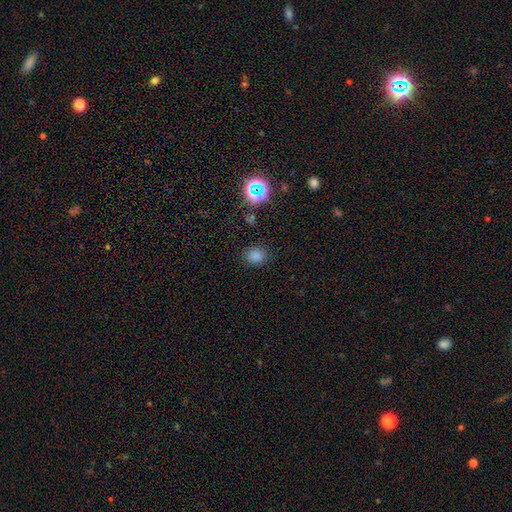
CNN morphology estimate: Smooth or featured? Predicted: smooth (p=0.76). How rounded? Predicted: round (p=0.69). Merging? Predicted: none (p=0.84).